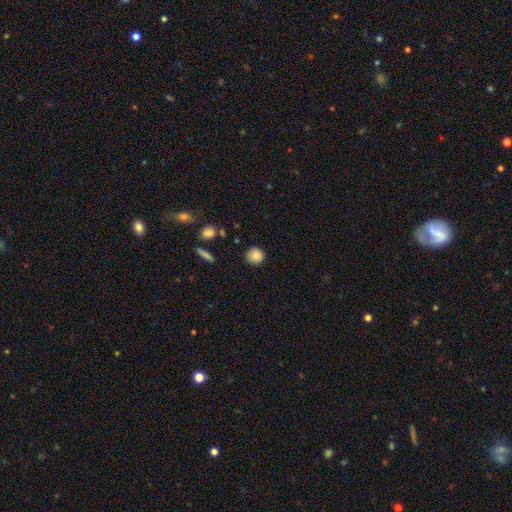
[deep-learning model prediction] This appears to be a smooth galaxy with no disk features (86%) that is round (90%). Merging: none (87%).